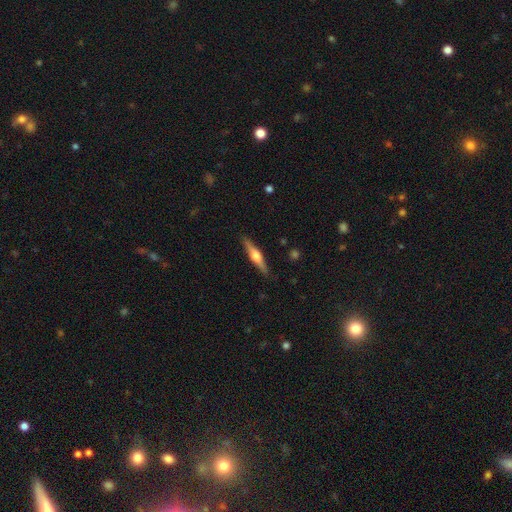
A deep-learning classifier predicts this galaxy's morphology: Smooth or featured: featured or disk — 66% (smooth — 28%)
Edge-on disk: yes — 97% (no — 3%)
Edge-on bulge: rounded — 92% (boxy — 5%)
Merging: none — 89% (minor disturbance — 8%)